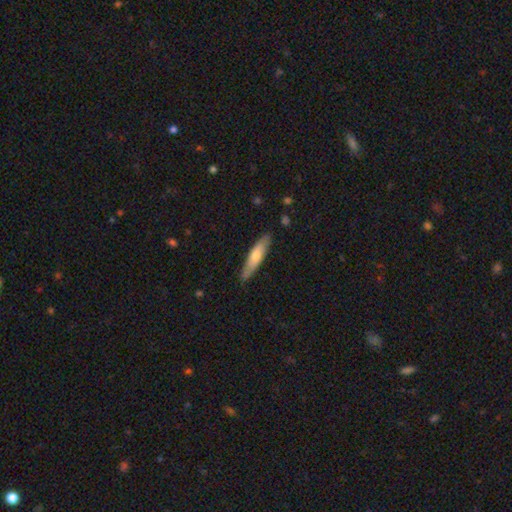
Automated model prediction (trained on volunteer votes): This appears to be a smooth galaxy with no disk features (61%) that is cigar-shaped (81%). Merging: none (85%).